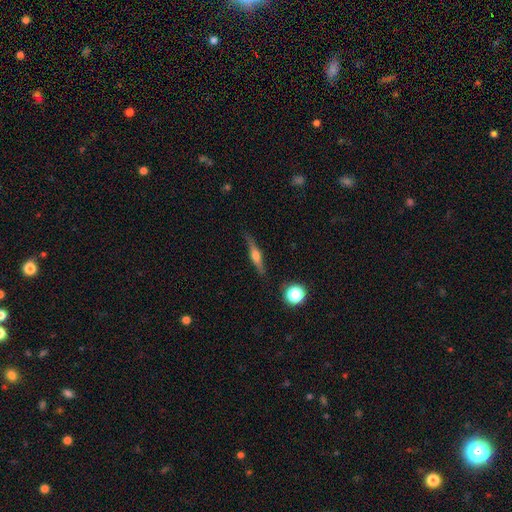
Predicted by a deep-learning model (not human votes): Morphology: type=featured or disk (61%); edge-on=yes (96%); edge-on bulge=rounded (89%); merging=none (84%).